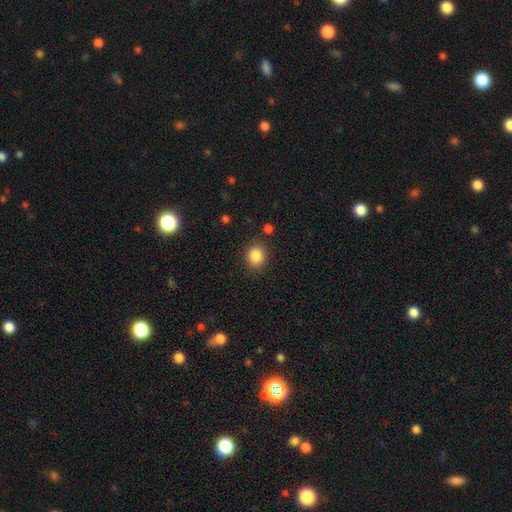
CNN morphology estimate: smooth 85%, star or artifact 10%, featured or disk 5%. Down the decision tree: how rounded — round (69%); merging — none (85%).